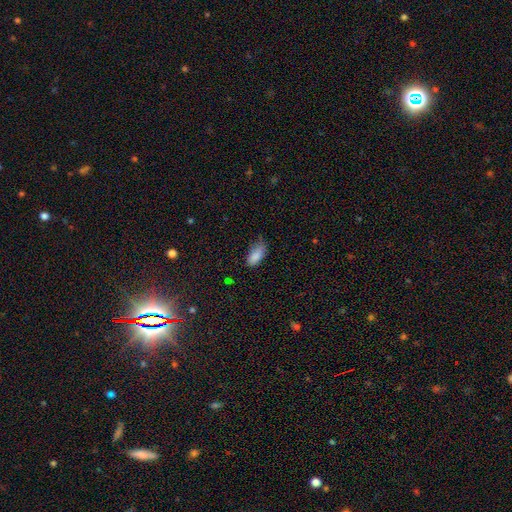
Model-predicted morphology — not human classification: Overall: smooth (87%). How rounded: in between (90%). Merging: none (57%; minor disturbance 34%).